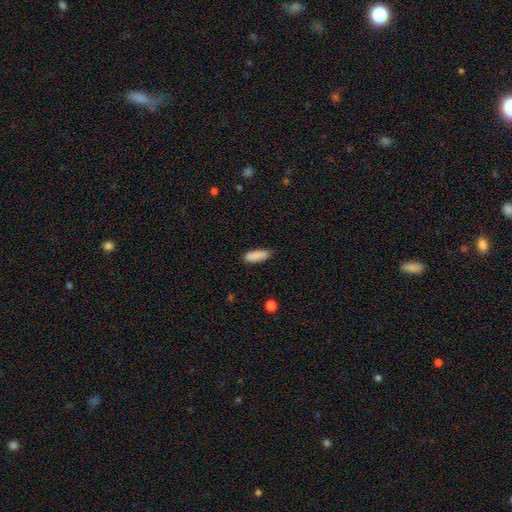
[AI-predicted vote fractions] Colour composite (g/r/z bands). It shows a smooth galaxy with no disk features (86%) that is in between round and cigar-shaped (63%). Merging: none (71%).